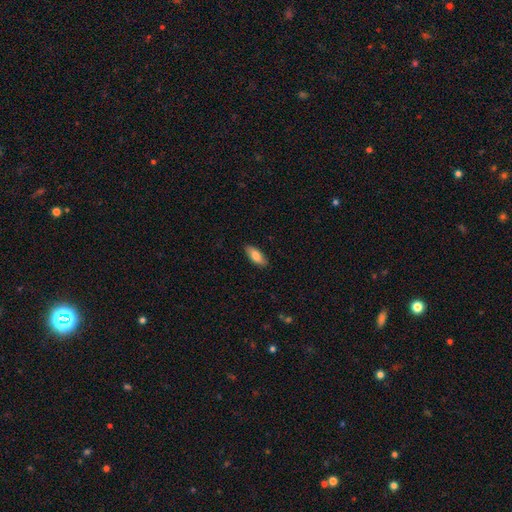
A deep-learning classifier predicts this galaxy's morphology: type=smooth (82%); roundness=in between (81%); merging=none (87%).